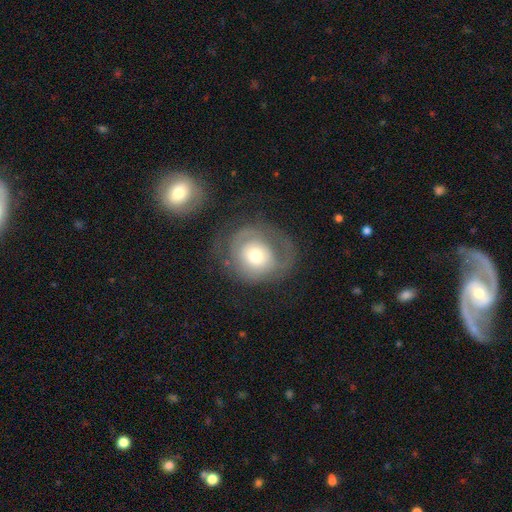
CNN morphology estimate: A featured or disk galaxy (51%).

Vote fractions:
- Smooth or featured? featured or disk: 51% / smooth: 41% / star or artifact: 8%
- Edge-on disk? no: 96% / yes: 4%
- Merging? none: 53% / major disturbance: 23% / minor disturbance: 20% / merger: 4%